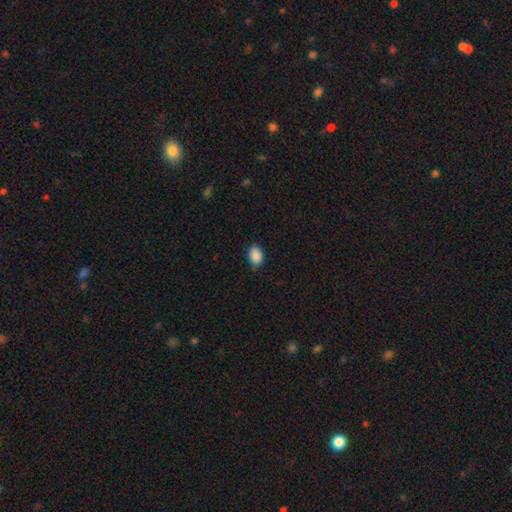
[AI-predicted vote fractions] smooth 89%, star or artifact 8%, featured or disk 3%. Down the decision tree: how rounded — in between (79%); merging — none (78%).